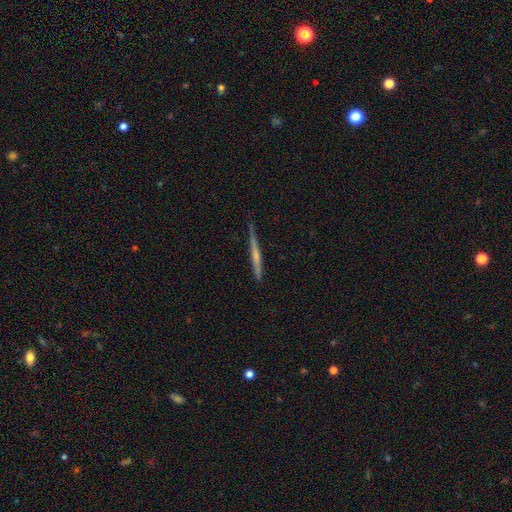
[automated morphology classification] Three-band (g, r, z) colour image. It shows a featured or disk galaxy (56%) viewed edge-on (97%) with no central bulge (50%). Merging: none (84%).